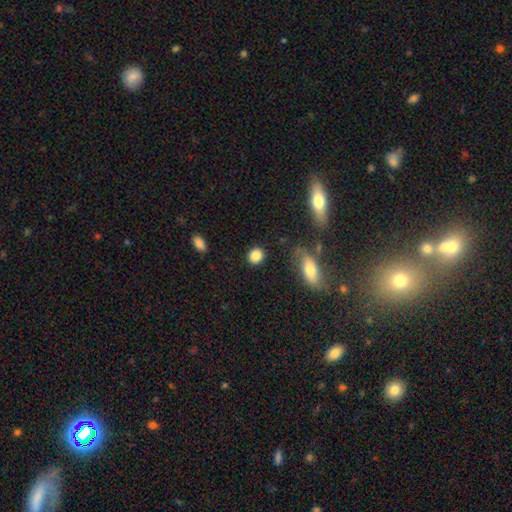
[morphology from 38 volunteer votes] Smooth or featured? 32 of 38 (84%) said smooth. How rounded? 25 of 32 (78%) said round. Merging? 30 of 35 (86%) said none.